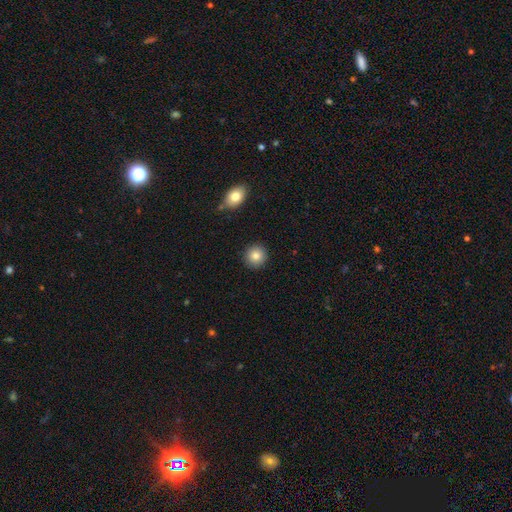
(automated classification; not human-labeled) smooth-or-featured: smooth: 82% | star or artifact: 10% | featured or disk: 8%
  how-rounded: round: 92% | in between: 7% | cigar-shaped: 1%
  merging: none: 91% | minor disturbance: 6% | major disturbance: 2% | merger: 2%